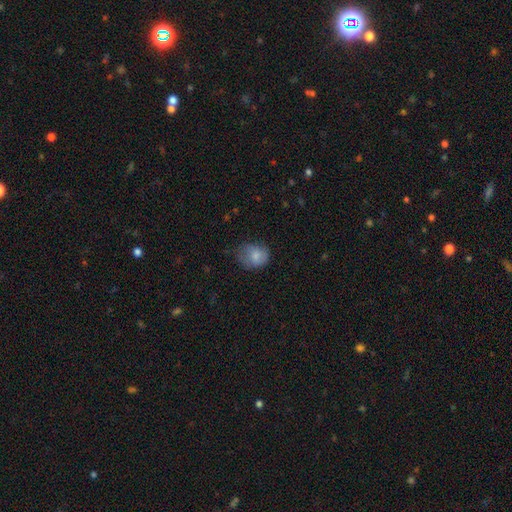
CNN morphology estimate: Smooth or featured?
  - smooth: 78% *
  - featured or disk: 13%
  - star or artifact: 8%
How rounded?
  - round: 51% *
  - in between: 48%
  - cigar-shaped: 1%
Merging?
  - none: 53% *
  - minor disturbance: 32%
  - major disturbance: 14%
  - merger: 2%